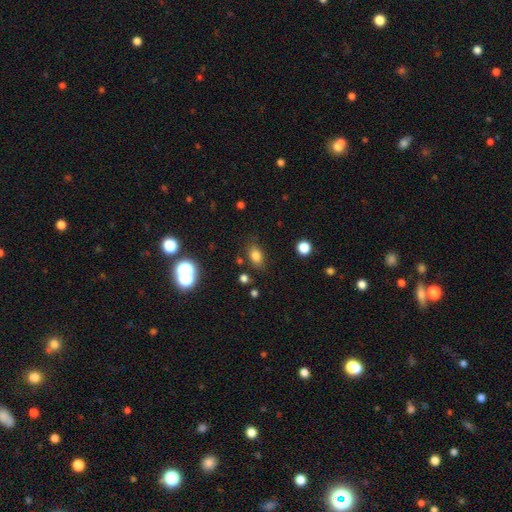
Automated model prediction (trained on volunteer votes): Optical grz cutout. It shows a smooth galaxy with no disk features (79%) that is in between round and cigar-shaped (78%). Merging: none (80%).